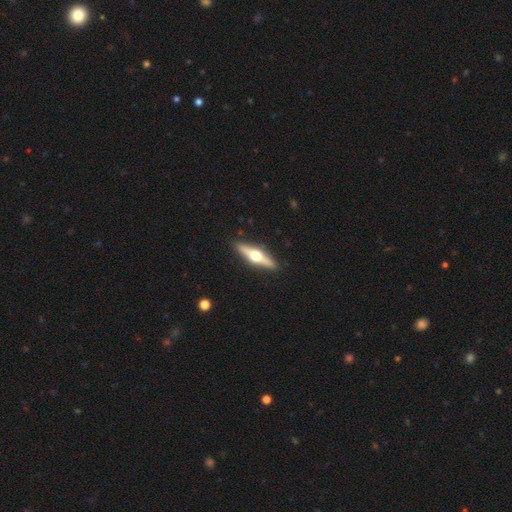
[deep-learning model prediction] A featured or disk galaxy (72%) viewed edge-on (97%) with a rounded central bulge (96%). Merging: none (92%).